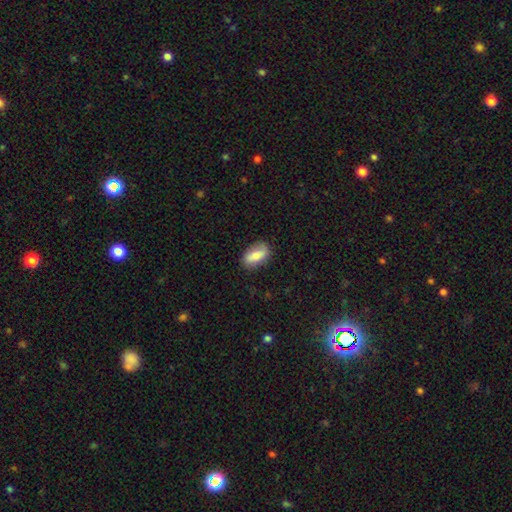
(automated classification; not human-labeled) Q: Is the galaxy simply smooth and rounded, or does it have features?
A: smooth — 66%.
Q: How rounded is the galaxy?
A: in between — 88%.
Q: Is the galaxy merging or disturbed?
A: none — 82%.